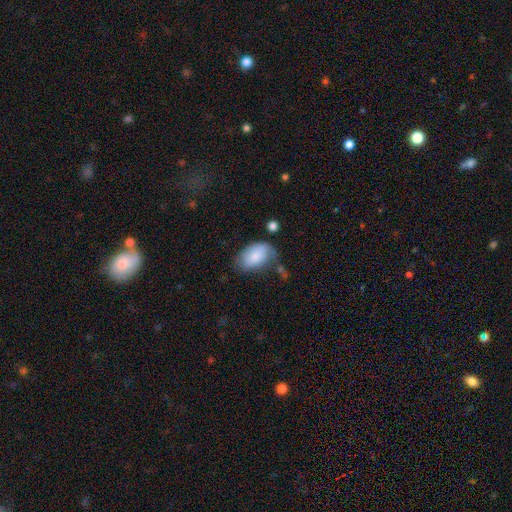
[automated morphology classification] Q: Smooth or featured?
A: smooth (78%); runner-up: featured or disk (15%)
Q: How rounded?
A: in between (93%); runner-up: round (6%)
Q: Merging?
A: none (46%); runner-up: minor disturbance (32%)